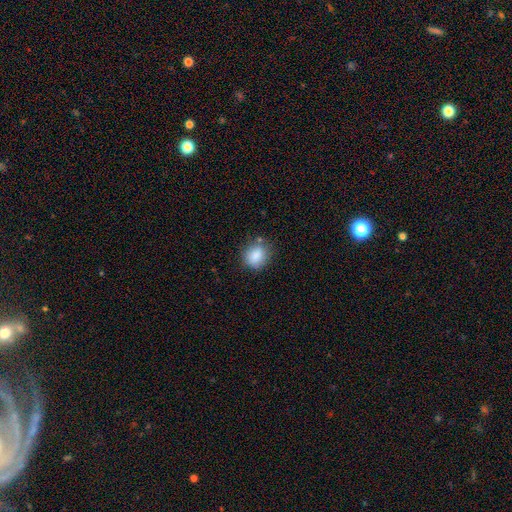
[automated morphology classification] Overall: smooth (86%). How rounded: round (57%; in between 42%). Merging: none (73%).